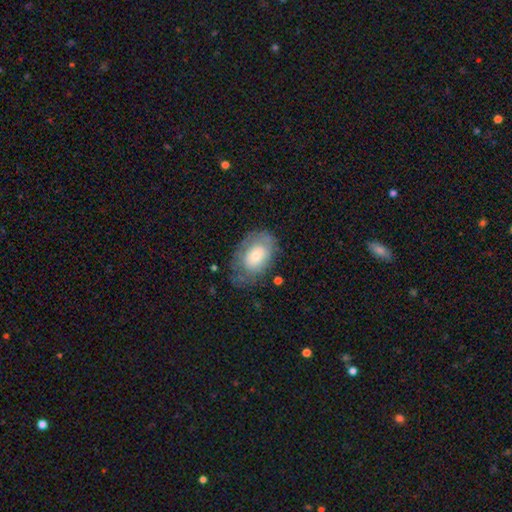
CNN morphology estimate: Q: Smooth or featured?
A: smooth (57%); runner-up: featured or disk (35%)
Q: How rounded?
A: in between (83%); runner-up: round (16%)
Q: Merging?
A: none (59%); runner-up: minor disturbance (25%)